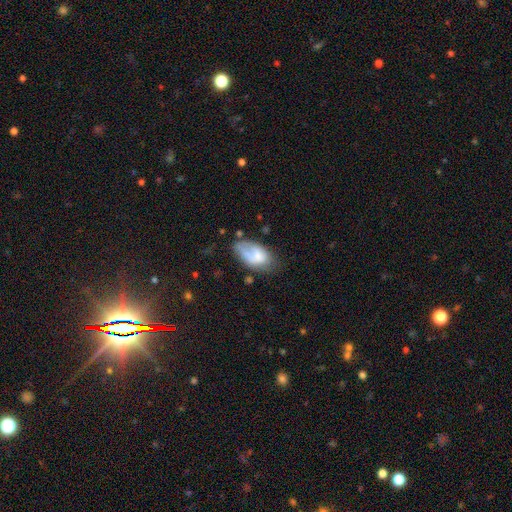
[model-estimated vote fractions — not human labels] This is likely a smooth galaxy (65%). How rounded: clearly in between (93%). Merging: marginally none (43%).